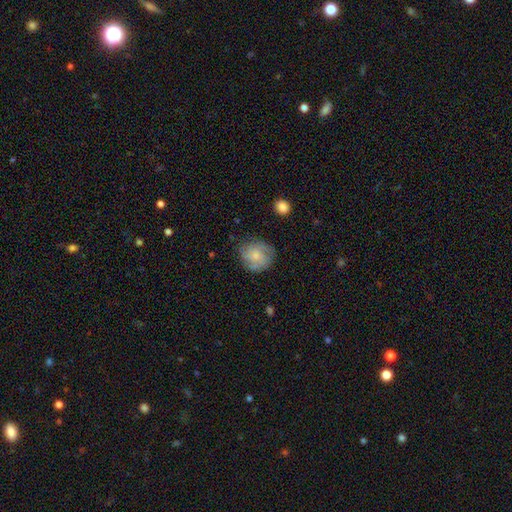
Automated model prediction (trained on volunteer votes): smooth_or_featured: smooth (p=0.51) [alt: featured or disk p=0.41]
how_rounded: round (p=0.80) [alt: in between p=0.19]
merging: none (p=0.73) [alt: minor disturbance p=0.19]